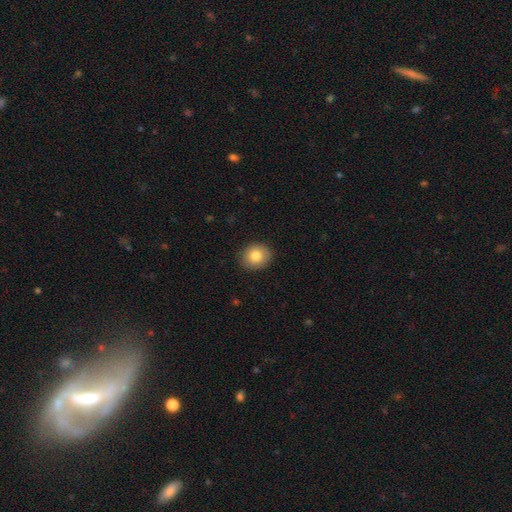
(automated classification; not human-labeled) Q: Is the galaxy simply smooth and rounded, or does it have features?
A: smooth — 81%.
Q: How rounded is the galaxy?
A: round — 67%.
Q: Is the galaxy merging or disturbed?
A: none — 89%.